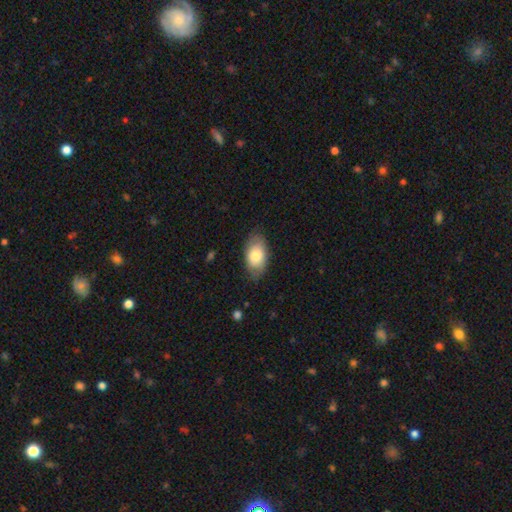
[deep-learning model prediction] The model was most divided on "smooth or featured": smooth: 76%, featured or disk: 18%, star or artifact: 6%. More confident: how rounded — in between (93%); merging — none (77%).